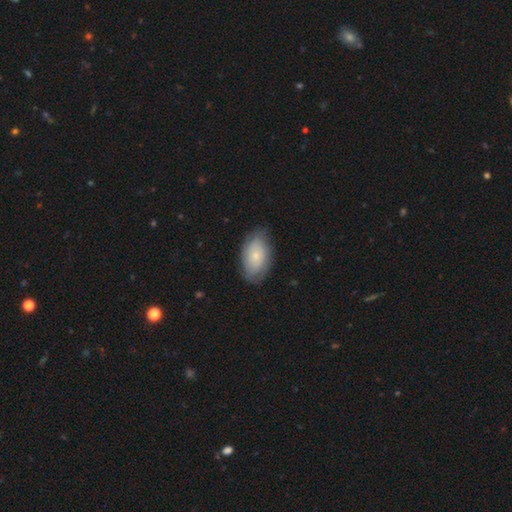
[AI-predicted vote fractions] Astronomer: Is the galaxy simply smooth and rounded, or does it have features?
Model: smooth — 64%.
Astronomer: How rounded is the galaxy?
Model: in between — 91%.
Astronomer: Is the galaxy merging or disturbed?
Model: none — 74%.